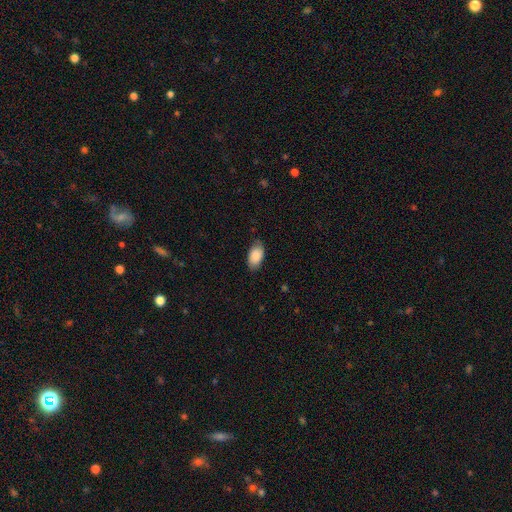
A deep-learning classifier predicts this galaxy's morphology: Q: Smooth or featured?
A: smooth (88%); runner-up: featured or disk (6%)
Q: How rounded?
A: in between (95%); runner-up: round (3%)
Q: Merging?
A: none (79%); runner-up: minor disturbance (17%)